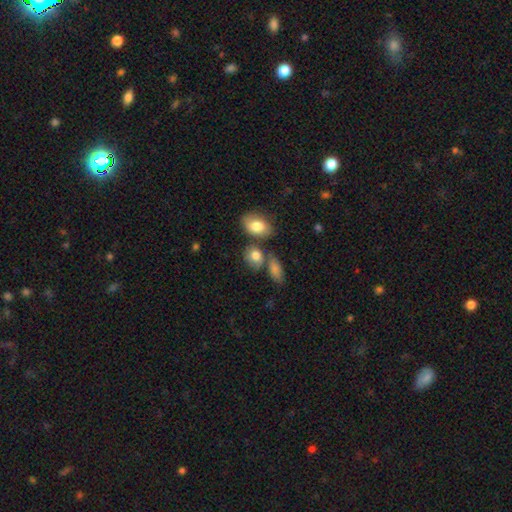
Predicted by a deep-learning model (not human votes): smooth-or-featured: smooth: 79% | featured or disk: 12% | star or artifact: 9%
  how-rounded: in between: 61% | round: 37% | cigar-shaped: 2%
  merging: none: 56% | merger: 23% | minor disturbance: 16% | major disturbance: 6%